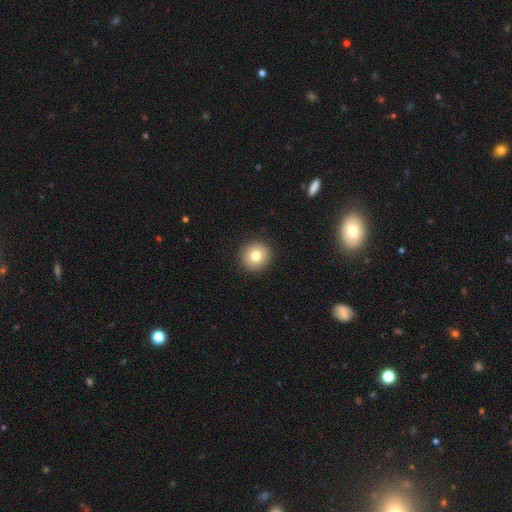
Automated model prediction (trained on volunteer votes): Morphology: type=smooth (78%); roundness=round (95%); merging=none (93%).